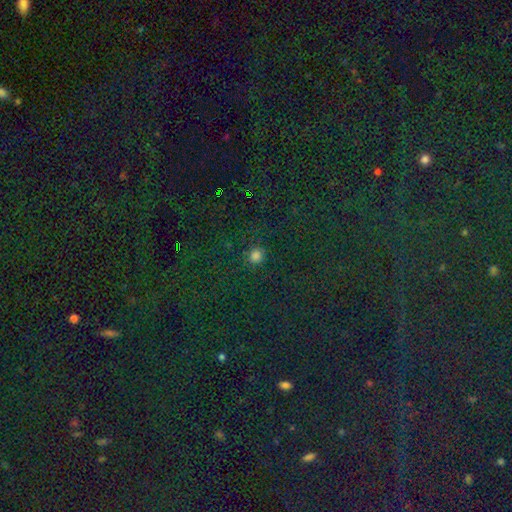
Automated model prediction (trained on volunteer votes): The model was most divided on "smooth or featured": smooth: 76%, star or artifact: 19%, featured or disk: 4%. More confident: how rounded — round (90%); merging — none (88%).